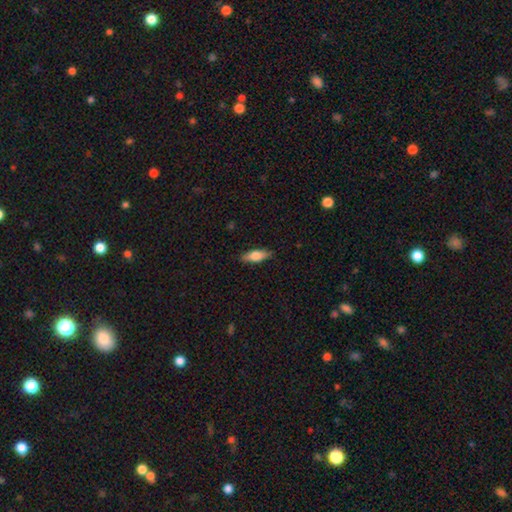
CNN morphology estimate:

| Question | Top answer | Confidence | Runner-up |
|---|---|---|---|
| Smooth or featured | smooth | 68% | featured or disk (26%) |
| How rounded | in between | 61% | cigar-shaped (36%) |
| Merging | none | 86% | minor disturbance (11%) |